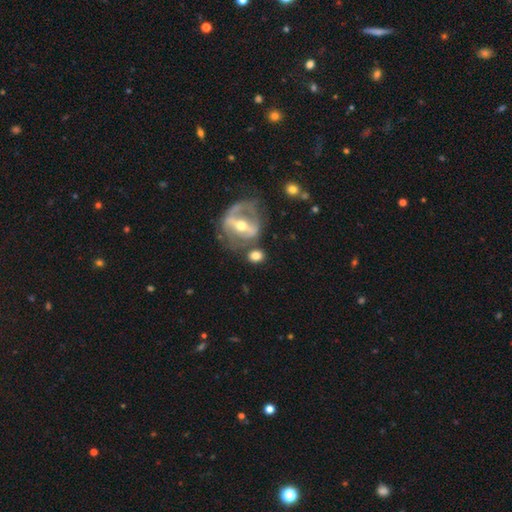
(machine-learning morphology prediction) smooth_or_featured: smooth (p=0.57) [alt: featured or disk p=0.35]
how_rounded: round (p=0.57) [alt: in between p=0.41]
merging: none (p=0.62) [alt: minor disturbance p=0.15]